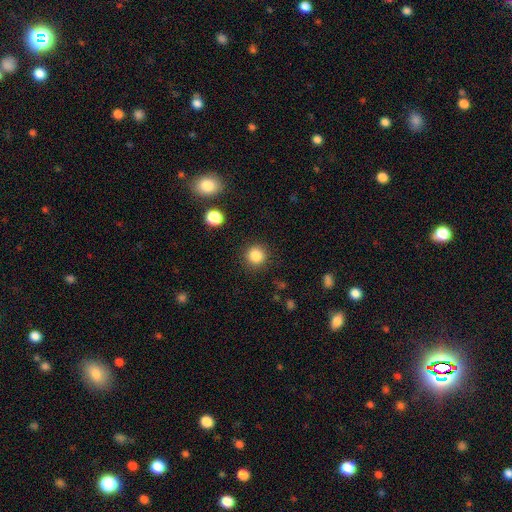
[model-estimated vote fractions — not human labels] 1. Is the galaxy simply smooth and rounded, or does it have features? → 85% smooth, 11% star or artifact, 4% featured or disk.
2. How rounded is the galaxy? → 93% round, 6% in between, 1% cigar-shaped.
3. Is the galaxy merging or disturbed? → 90% none, 6% minor disturbance, 3% major disturbance, 1% merger.